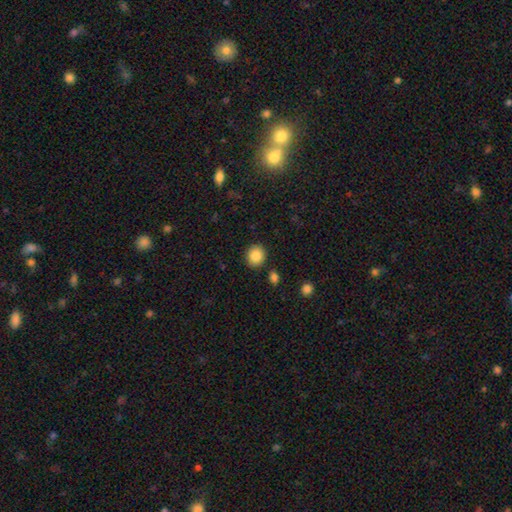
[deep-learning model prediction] smooth-or-featured: smooth: 87% | star or artifact: 9% | featured or disk: 4%
  how-rounded: round: 84% | in between: 15% | cigar-shaped: 1%
  merging: none: 88% | minor disturbance: 7% | merger: 3% | major disturbance: 2%